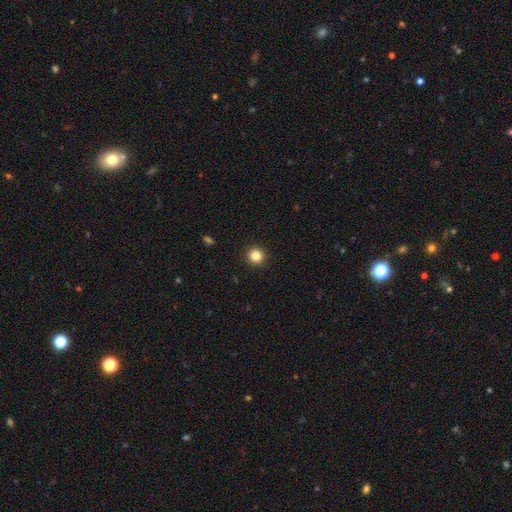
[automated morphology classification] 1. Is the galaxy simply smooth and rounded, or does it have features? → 85% smooth, 11% star or artifact, 4% featured or disk.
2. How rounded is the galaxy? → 94% round, 5% in between, 1% cigar-shaped.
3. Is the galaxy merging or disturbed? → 93% none, 4% minor disturbance, 2% major disturbance, 1% merger.